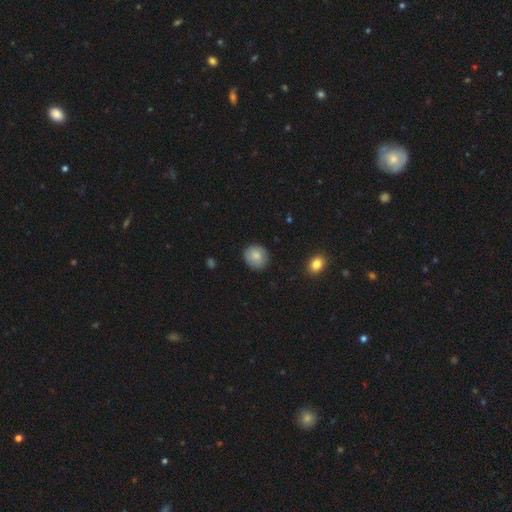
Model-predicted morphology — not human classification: Overall: smooth (81%). How rounded: round (81%). Merging: none (84%).